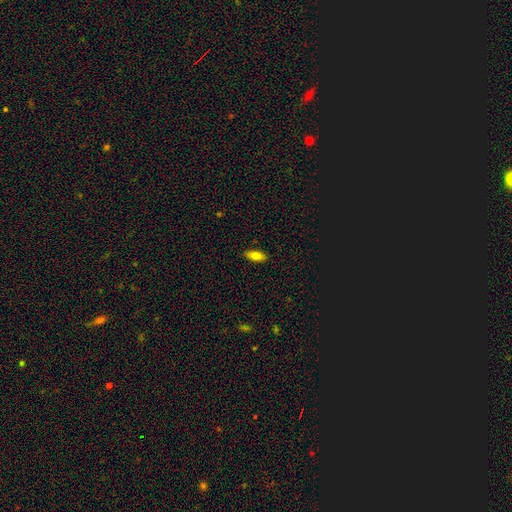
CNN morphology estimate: smooth-or-featured: smooth: 78% | featured or disk: 15% | star or artifact: 7%
  how-rounded: in between: 78% | cigar-shaped: 20% | round: 3%
  merging: none: 88% | minor disturbance: 9% | major disturbance: 2% | merger: 1%